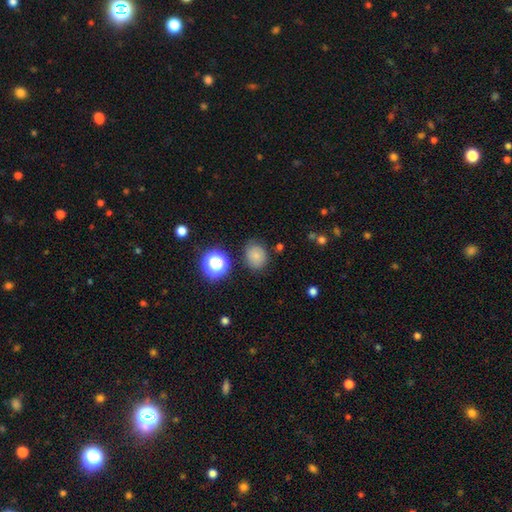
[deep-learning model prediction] smooth-or-featured: smooth: 73% | star or artifact: 15% | featured or disk: 12%
  how-rounded: round: 66% | in between: 33% | cigar-shaped: 1%
  merging: none: 73% | minor disturbance: 19% | major disturbance: 5% | merger: 3%